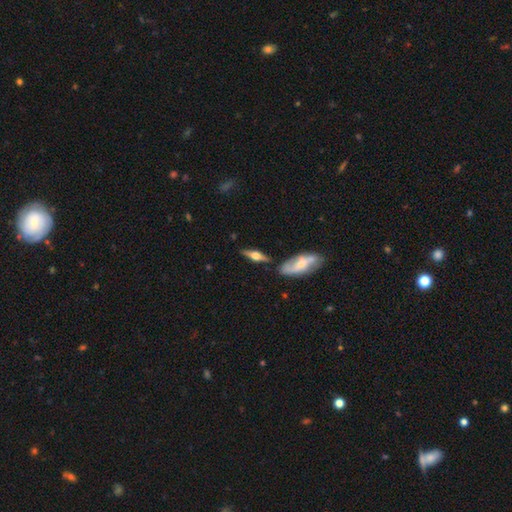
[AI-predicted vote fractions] Smooth or featured? featured or disk (64%)
Edge-on disk? yes (93%)
Edge-on bulge? rounded (94%)
Merging? none (78%)